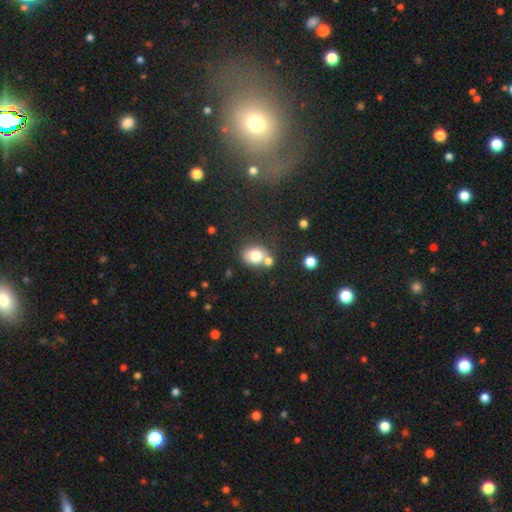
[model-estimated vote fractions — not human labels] Smooth or featured: smooth — 77% (featured or disk — 12%)
How rounded: round — 53% (in between — 46%)
Merging: none — 51% (merger — 30%)